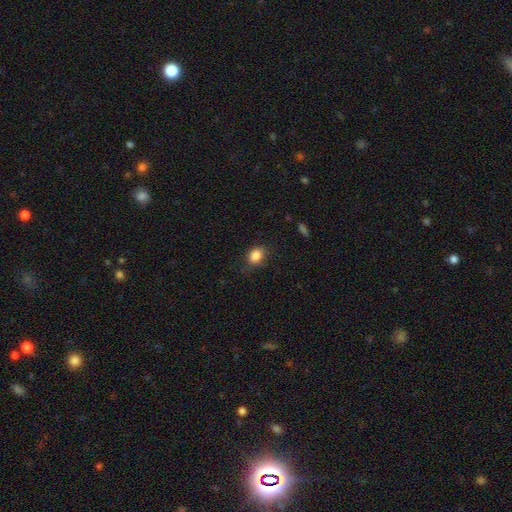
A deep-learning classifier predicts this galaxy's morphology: Q: Smooth or featured?
A: smooth (85%); runner-up: star or artifact (10%)
Q: How rounded?
A: in between (59%); runner-up: round (40%)
Q: Merging?
A: none (79%); runner-up: minor disturbance (16%)